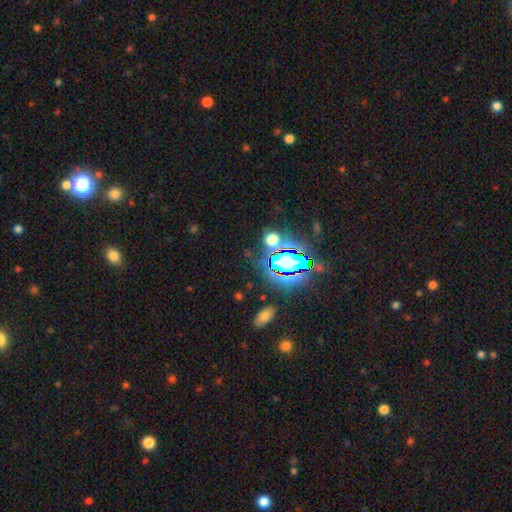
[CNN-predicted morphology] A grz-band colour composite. It shows a star or artifact, not a galaxy (78%).